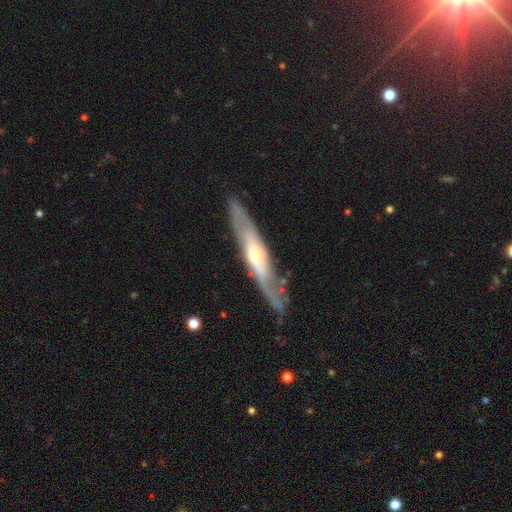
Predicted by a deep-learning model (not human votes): A featured or disk galaxy (71%) viewed edge-on (60%).

Vote fractions:
- Smooth or featured? featured or disk: 71% / smooth: 23% / star or artifact: 5%
- Edge-on disk? yes: 60% / no: 40%
- Merging? none: 78% / minor disturbance: 15% / major disturbance: 5% / merger: 2%